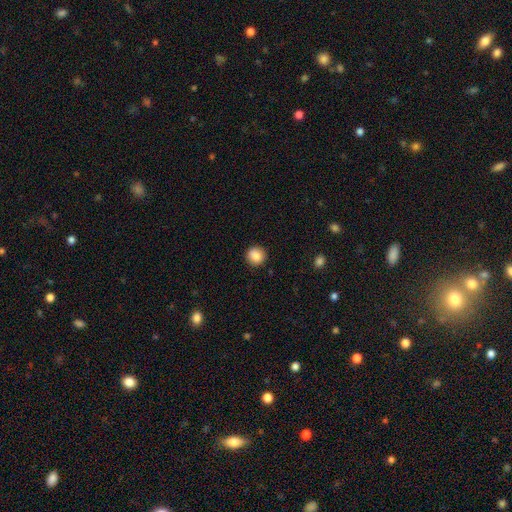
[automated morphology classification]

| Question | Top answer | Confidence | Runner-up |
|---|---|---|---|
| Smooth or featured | smooth | 86% | star or artifact (9%) |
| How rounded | round | 92% | in between (7%) |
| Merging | none | 90% | minor disturbance (7%) |